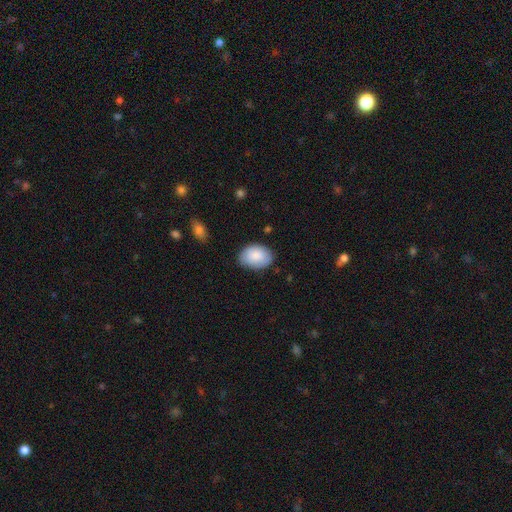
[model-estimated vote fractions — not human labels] smooth-or-featured: smooth: 86% | featured or disk: 8% | star or artifact: 6%
  how-rounded: in between: 83% | round: 16% | cigar-shaped: 1%
  merging: none: 78% | minor disturbance: 17% | major disturbance: 3% | merger: 1%